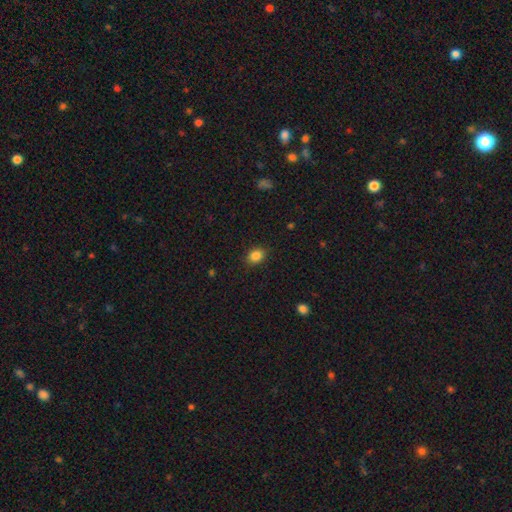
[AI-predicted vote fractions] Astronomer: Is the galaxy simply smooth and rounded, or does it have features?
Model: smooth — 86%.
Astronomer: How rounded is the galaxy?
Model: in between — 56% (runner-up: round, 43%).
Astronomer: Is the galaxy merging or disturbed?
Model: none — 88%.